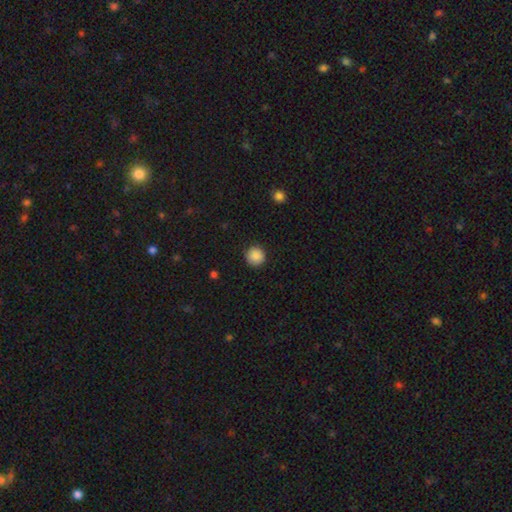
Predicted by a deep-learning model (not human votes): This is clearly a smooth galaxy (88%). How rounded: clearly round (95%). Merging: clearly none (91%).